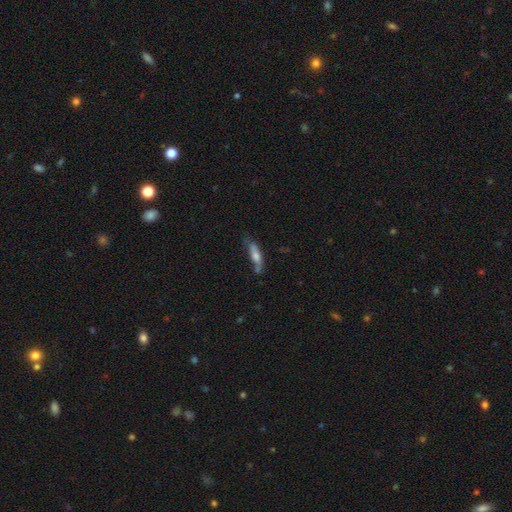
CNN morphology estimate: Smooth or featured? Predicted: smooth (p=0.50). How rounded? Predicted: cigar-shaped (p=0.69). Merging? Predicted: none (p=0.57).